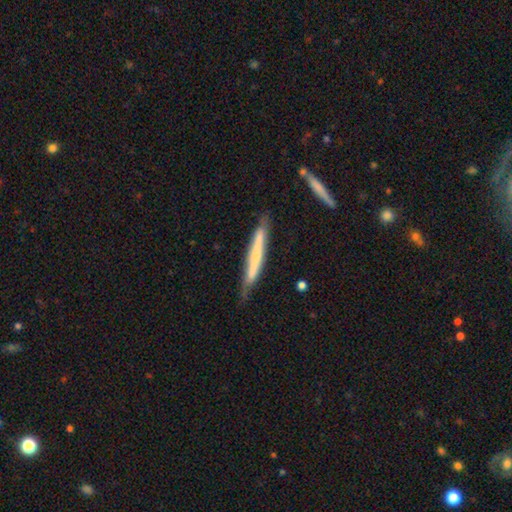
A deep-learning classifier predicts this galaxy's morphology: Smooth or featured?
  - featured or disk: 52% *
  - smooth: 42%
  - star or artifact: 6%
Edge-on disk?
  - yes: 90% *
  - no: 10%
Merging?
  - none: 73% *
  - minor disturbance: 20%
  - major disturbance: 4%
  - merger: 3%